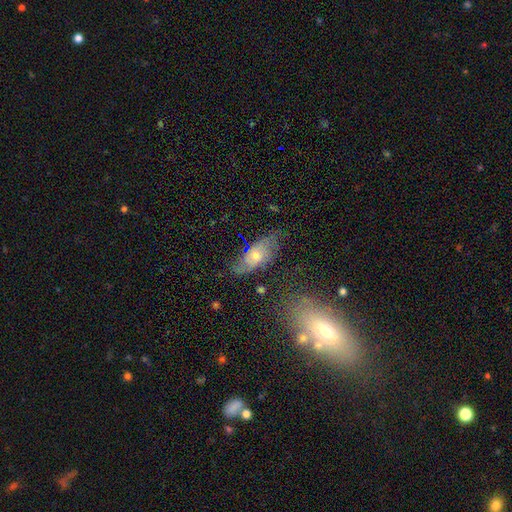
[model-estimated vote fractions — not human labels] This appears to be a featured or disk galaxy (57%). Merging: none (58%).